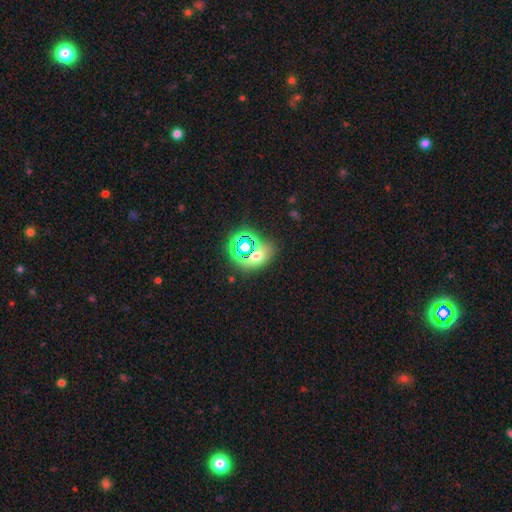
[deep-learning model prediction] smooth_or_featured: star or artifact (p=0.44) [alt: smooth p=0.43]